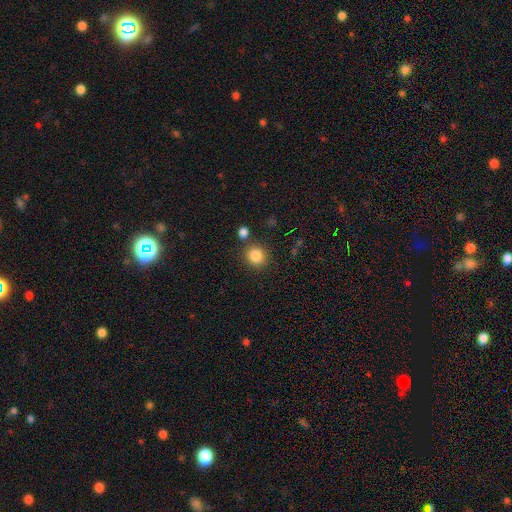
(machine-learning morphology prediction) Overall: smooth (85%). How rounded: round (87%). Merging: none (82%).